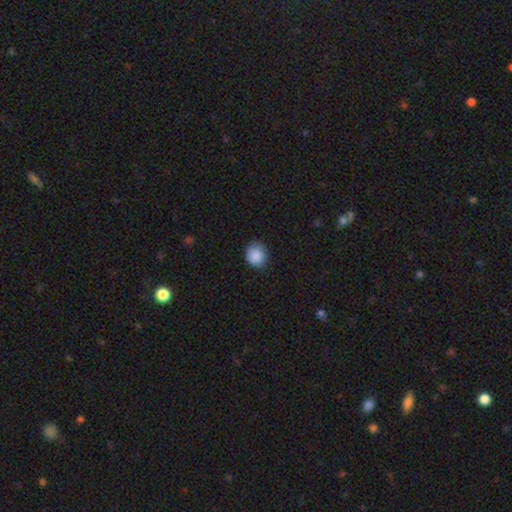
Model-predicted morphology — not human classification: This appears to be a smooth galaxy with no disk features (88%) that is round (78%). Merging: none (80%).